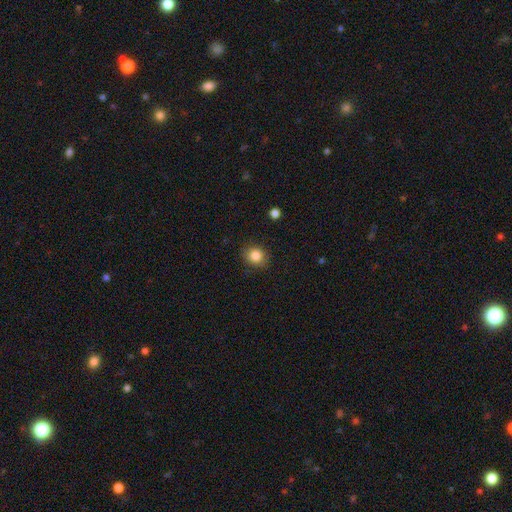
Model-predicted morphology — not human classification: A smooth galaxy with no disk features (85%) that is round (74%).

Vote fractions:
- Smooth or featured? smooth: 85% / star or artifact: 10% / featured or disk: 5%
- How rounded? round: 74% / in between: 25% / cigar-shaped: 1%
- Merging? none: 85% / minor disturbance: 11% / major disturbance: 3% / merger: 1%